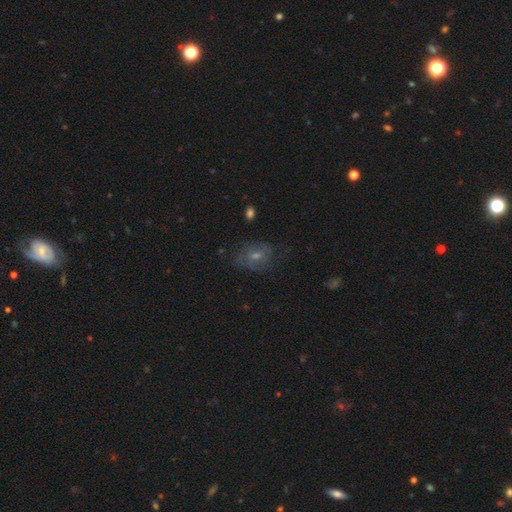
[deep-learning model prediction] The model was most divided on "smooth or featured": featured or disk: 44%, smooth: 33%, star or artifact: 22%. More confident: merging — none (70%).